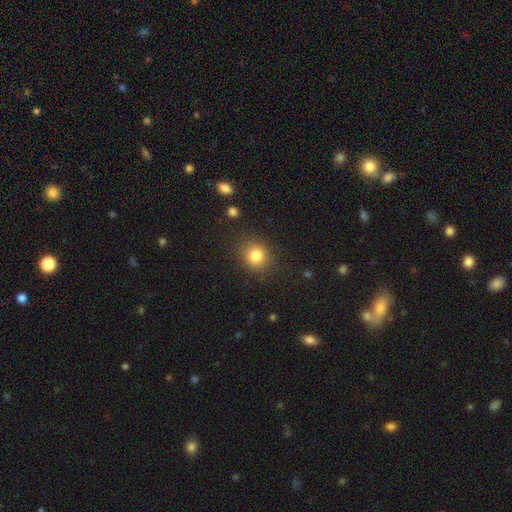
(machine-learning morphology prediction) Smooth or featured? smooth (82%)
How rounded? round (82%)
Merging? none (86%)